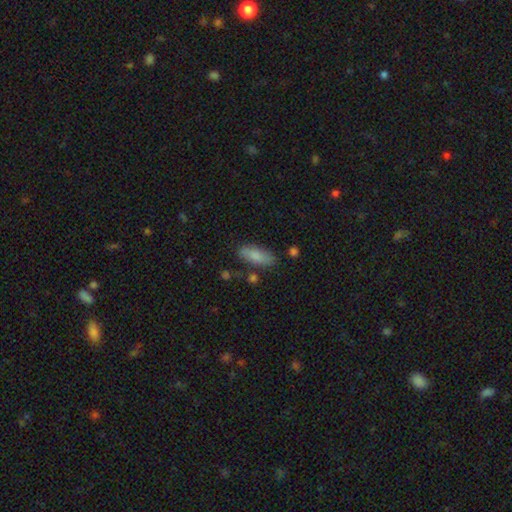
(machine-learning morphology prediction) Smooth or featured? smooth (82%)
How rounded? in between (74%)
Merging? none (77%)